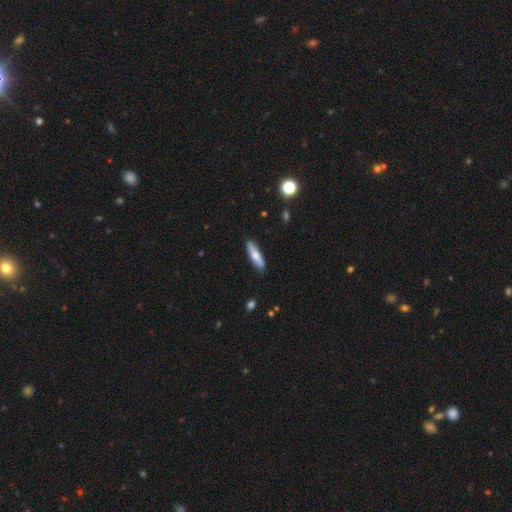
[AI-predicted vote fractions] This appears to be a smooth galaxy with no disk features (64%) that is cigar-shaped (74%). Merging: none (87%).